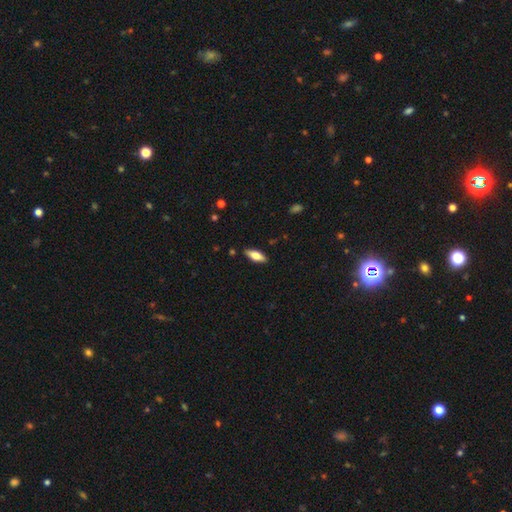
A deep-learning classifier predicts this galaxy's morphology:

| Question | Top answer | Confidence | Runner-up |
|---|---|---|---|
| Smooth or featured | smooth | 66% | featured or disk (28%) |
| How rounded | in between | 71% | cigar-shaped (27%) |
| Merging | none | 88% | minor disturbance (9%) |